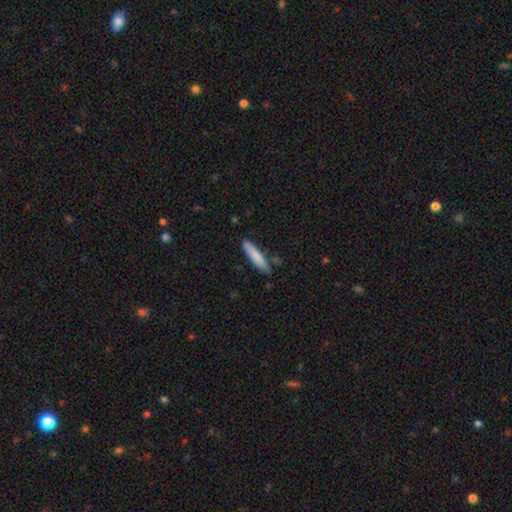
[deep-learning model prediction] Smooth or featured?
  - smooth: 80% *
  - featured or disk: 15%
  - star or artifact: 6%
How rounded?
  - cigar-shaped: 87% *
  - in between: 11%
  - round: 1%
Merging?
  - none: 81% *
  - minor disturbance: 13%
  - merger: 3%
  - major disturbance: 2%